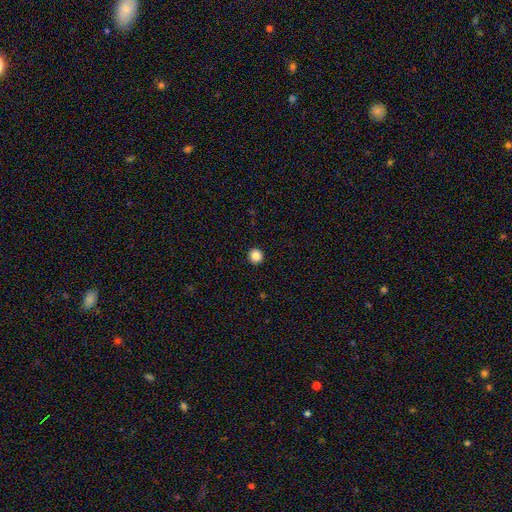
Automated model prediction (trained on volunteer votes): A smooth galaxy with no disk features (86%) that is round (94%). Merging: none (94%).